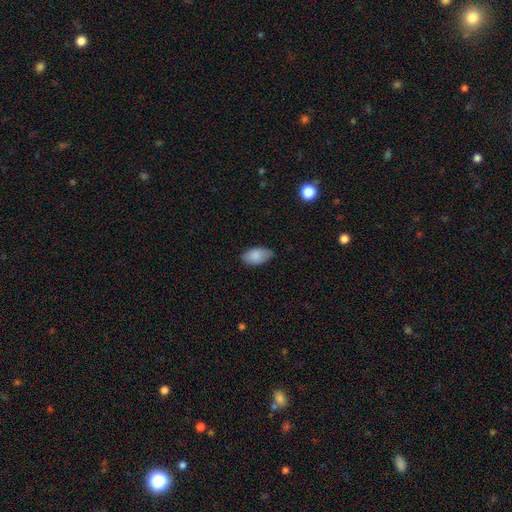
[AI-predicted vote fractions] The model was most divided on "merging": none: 80%, minor disturbance: 16%, major disturbance: 3%, merger: 1%. More confident: how rounded — in between (95%); smooth or featured — smooth (87%).